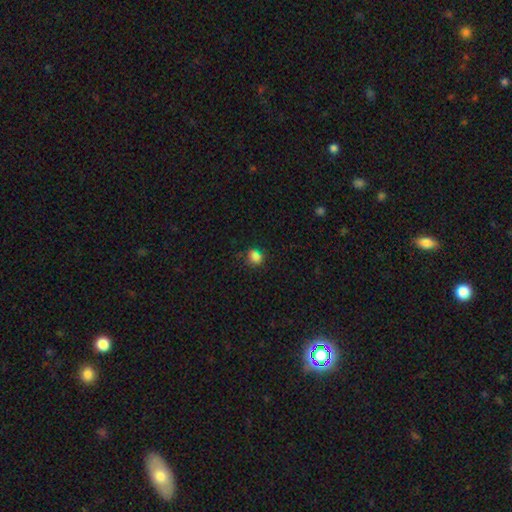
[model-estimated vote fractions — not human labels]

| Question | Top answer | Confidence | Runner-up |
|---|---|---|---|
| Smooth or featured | smooth | 77% | star or artifact (17%) |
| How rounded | round | 61% | in between (37%) |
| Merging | none | 66% | minor disturbance (20%) |